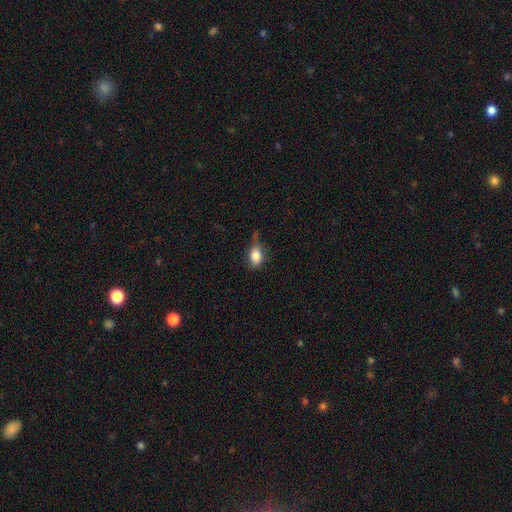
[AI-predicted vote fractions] Overall: smooth (83%). How rounded: in between (80%). Merging: none (48%; minor disturbance 35%).